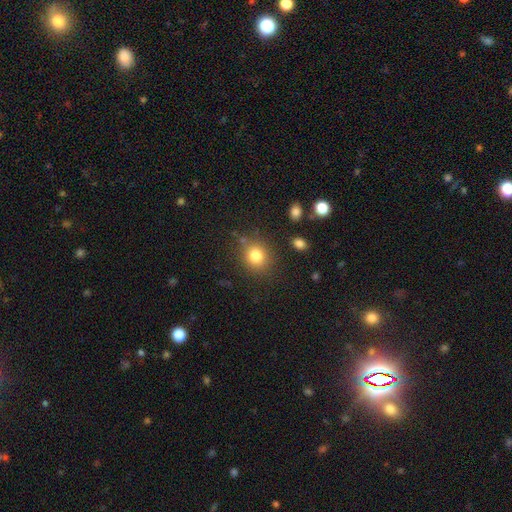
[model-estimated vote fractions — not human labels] Smooth or featured: smooth — 81% (star or artifact — 12%)
How rounded: round — 78% (in between — 21%)
Merging: none — 81% (minor disturbance — 11%)